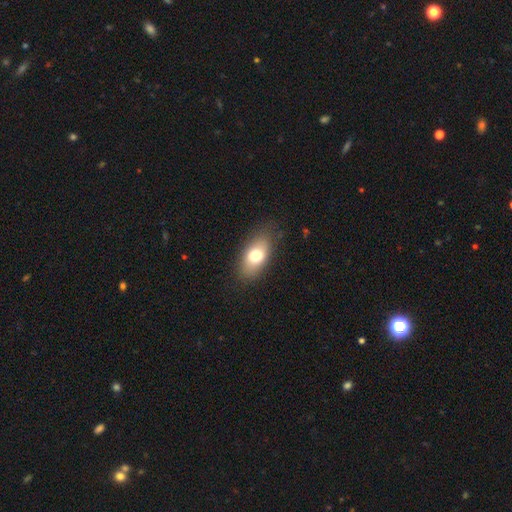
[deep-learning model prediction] Smooth or featured?
  - smooth: 75% *
  - featured or disk: 17%
  - star or artifact: 8%
How rounded?
  - in between: 89% *
  - round: 7%
  - cigar-shaped: 4%
Merging?
  - none: 81% *
  - minor disturbance: 14%
  - major disturbance: 4%
  - merger: 1%